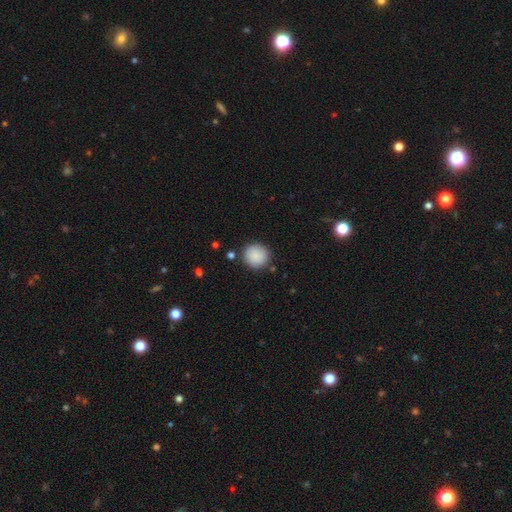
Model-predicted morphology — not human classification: Smooth or featured: smooth — 89% (star or artifact — 8%)
How rounded: round — 92% (in between — 8%)
Merging: none — 87% (minor disturbance — 8%)